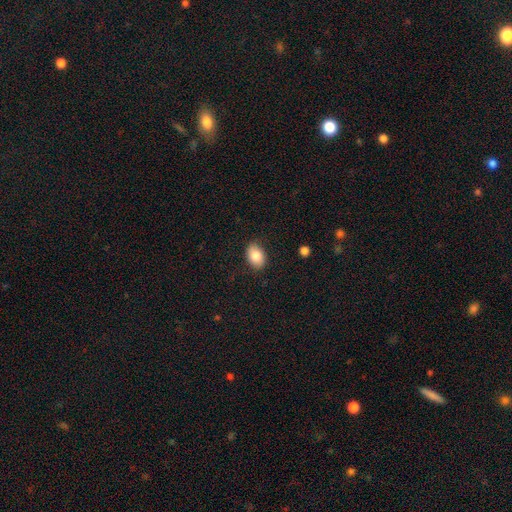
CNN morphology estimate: Smooth or featured? smooth (83%)
How rounded? in between (81%)
Merging? none (85%)